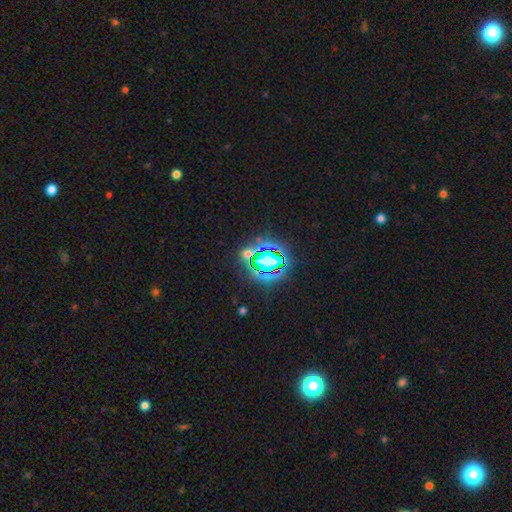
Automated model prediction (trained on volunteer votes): This appears to be a star or artifact, not a galaxy (84%).